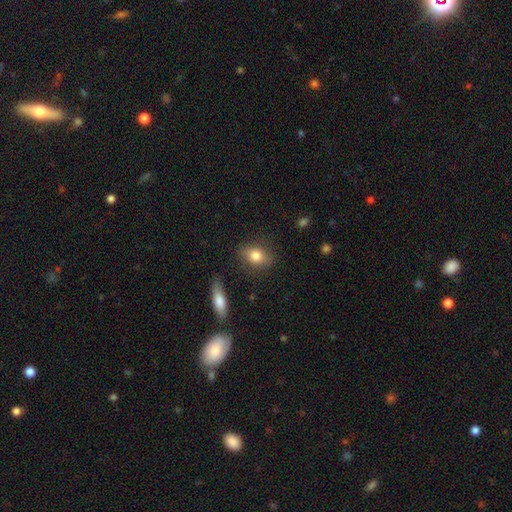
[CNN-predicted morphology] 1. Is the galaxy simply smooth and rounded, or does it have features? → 78% smooth, 14% featured or disk, 8% star or artifact.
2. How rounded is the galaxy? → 69% in between, 27% round, 4% cigar-shaped.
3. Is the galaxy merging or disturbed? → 81% none, 13% minor disturbance, 3% major disturbance, 2% merger.